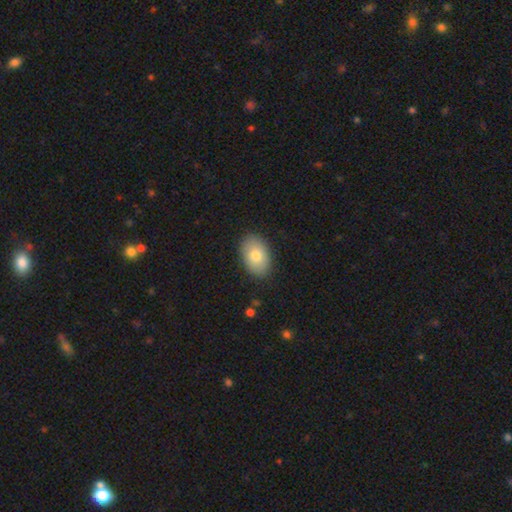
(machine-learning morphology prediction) smooth 78%, featured or disk 15%, star or artifact 7%. Down the decision tree: how rounded — in between (88%); merging — none (88%).